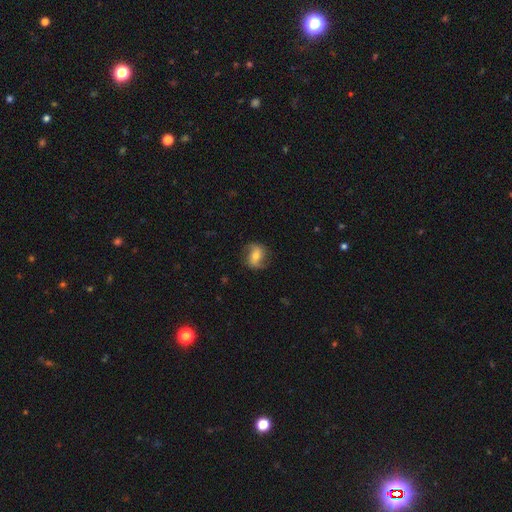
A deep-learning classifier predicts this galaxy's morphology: Smooth or featured? featured or disk (63%)
Edge-on disk? no (96%)
Bar? no (38%, tied with weak)
Spiral arms? yes (88%)
Spiral winding? loose (44%)
Spiral arm count? 2 (88%)
Bulge size? moderate (58%)
Merging? none (79%)